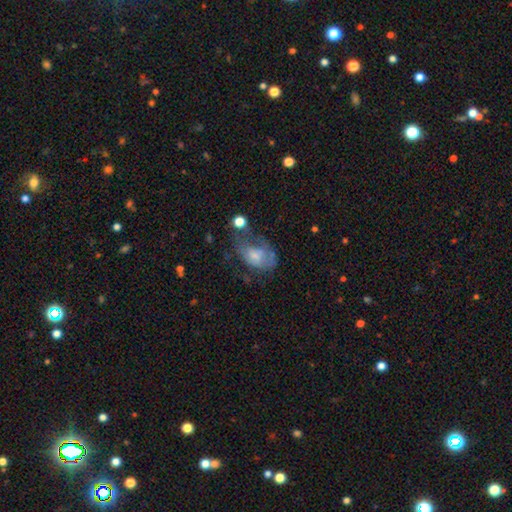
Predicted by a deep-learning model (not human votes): smooth 48%, featured or disk 42%, star or artifact 10%. Down the decision tree: merging — major disturbance (42%).